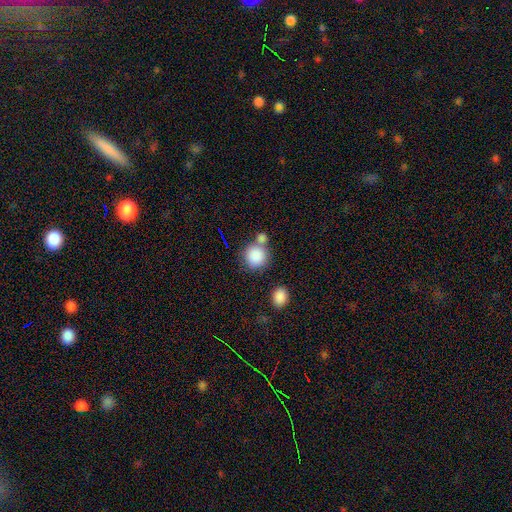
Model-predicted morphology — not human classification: This is clearly a smooth galaxy (86%). How rounded: clearly round (89%). Merging: possibly none (58%).